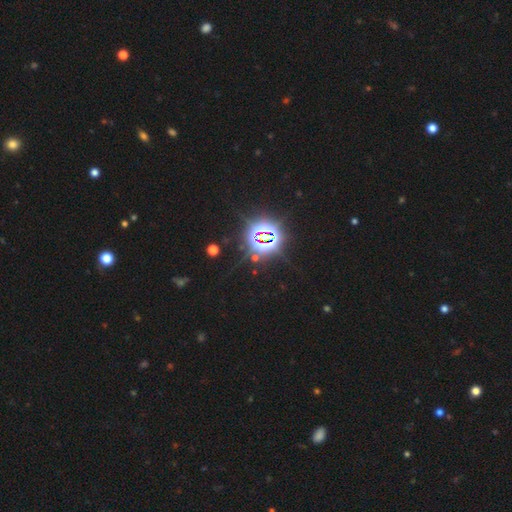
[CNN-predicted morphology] star or artifact 82%, smooth 11%, featured or disk 8%.